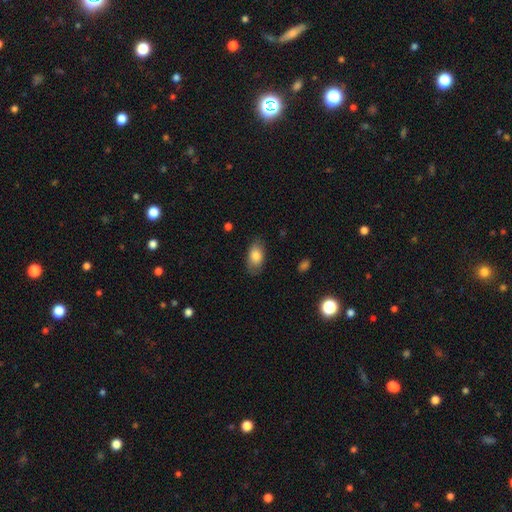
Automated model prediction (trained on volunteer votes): Smooth or featured: smooth — 81% (featured or disk — 12%)
How rounded: in between — 91% (round — 6%)
Merging: none — 80% (minor disturbance — 15%)